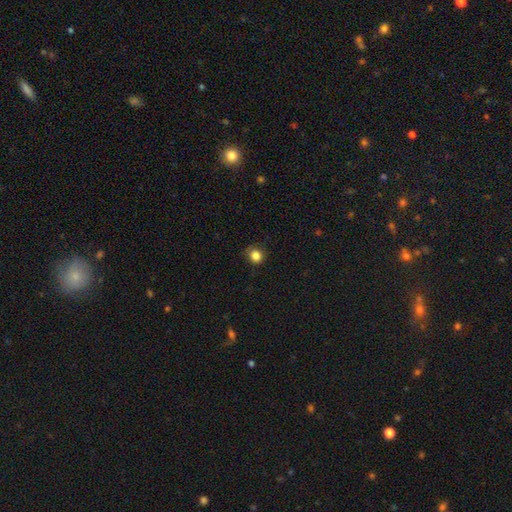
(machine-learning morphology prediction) The model was most divided on "merging": none: 78%, minor disturbance: 17%, major disturbance: 4%, merger: 1%. More confident: smooth or featured — smooth (84%); how rounded — round (84%).